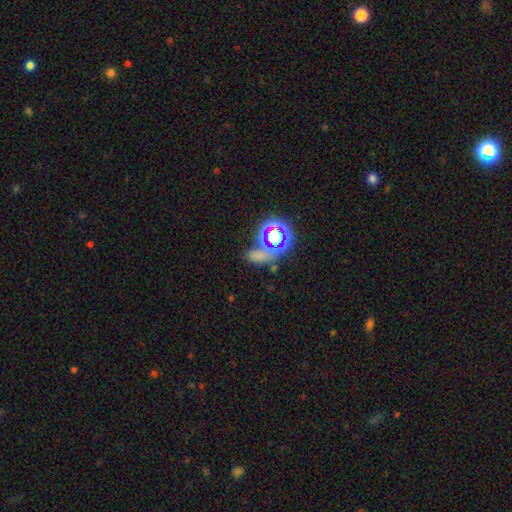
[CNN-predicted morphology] A star or artifact, not a galaxy (44%).

Vote fractions:
- Smooth or featured? star or artifact: 44% / smooth: 43% / featured or disk: 13%